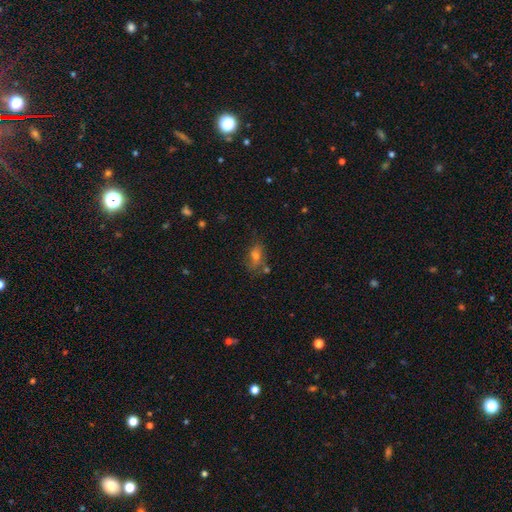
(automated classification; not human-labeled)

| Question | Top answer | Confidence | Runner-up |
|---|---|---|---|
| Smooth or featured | smooth | 48% | featured or disk (30%) |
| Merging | none | 58% | minor disturbance (22%) |